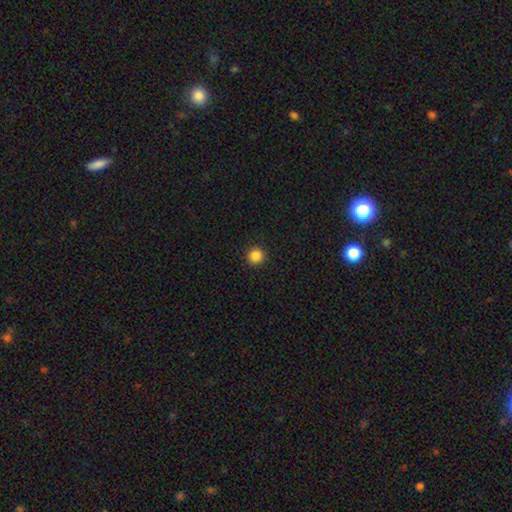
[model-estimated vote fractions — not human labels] A smooth galaxy with no disk features (86%) that is round (95%).

Vote fractions:
- Smooth or featured? smooth: 86% / star or artifact: 11% / featured or disk: 3%
- How rounded? round: 95% / in between: 4% / cigar-shaped: 1%
- Merging? none: 93% / minor disturbance: 5% / major disturbance: 2% / merger: 1%